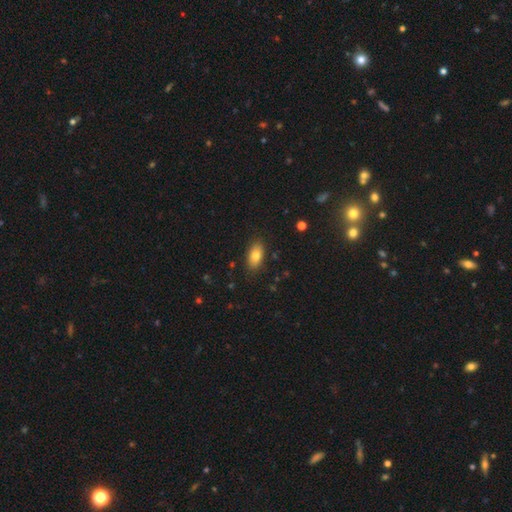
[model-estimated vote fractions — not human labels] This is likely a smooth galaxy (79%). How rounded: clearly in between (90%). Merging: clearly none (85%).